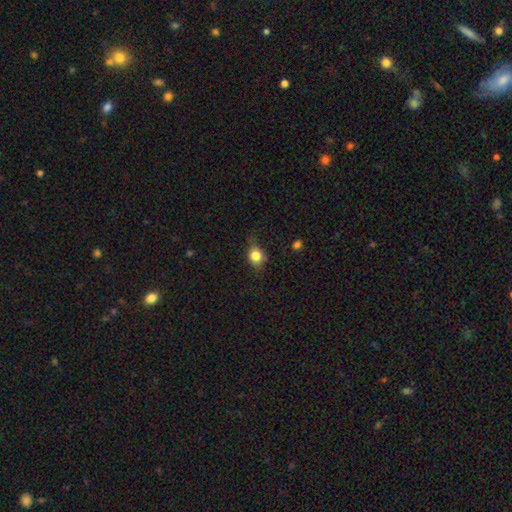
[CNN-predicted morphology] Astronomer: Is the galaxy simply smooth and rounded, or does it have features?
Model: smooth — 78%.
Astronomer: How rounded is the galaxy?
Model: round — 64%.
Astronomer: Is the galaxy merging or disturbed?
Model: none — 64%.